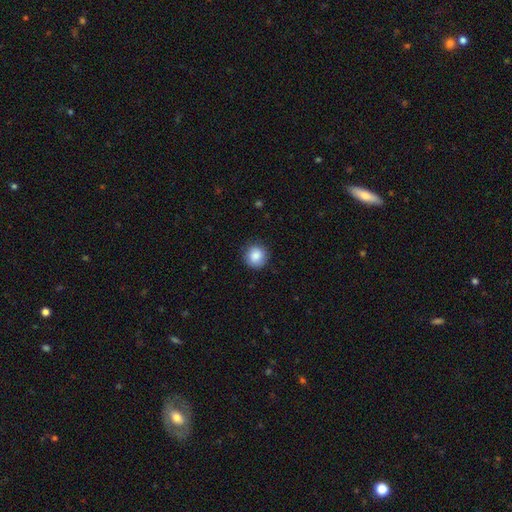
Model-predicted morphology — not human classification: smooth 86%, star or artifact 8%, featured or disk 5%. Down the decision tree: how rounded — round (93%); merging — none (86%).